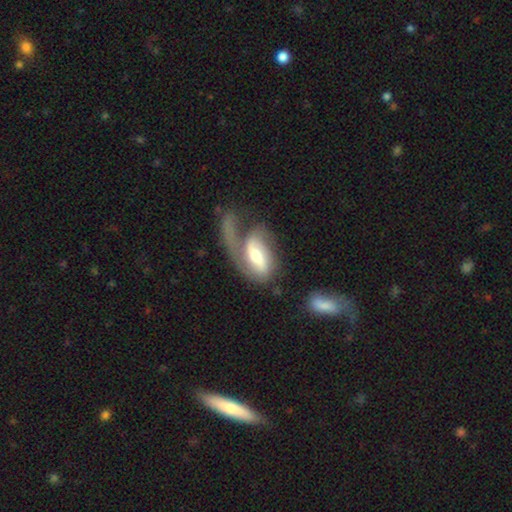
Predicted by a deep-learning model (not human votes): The model was most divided on "bar": weak: 41%, strong: 30%, no: 29%. More confident: edge-on disk — no (92%); spiral arms — yes (79%); smooth or featured — featured or disk (65%); bulge size — moderate (62%); merging — major disturbance (50%).